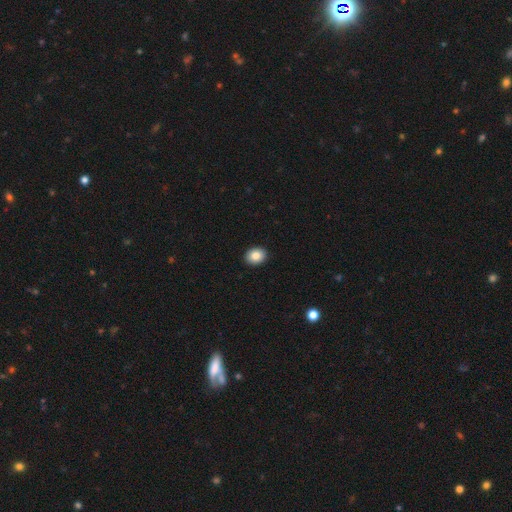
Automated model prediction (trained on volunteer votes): smooth 87%, star or artifact 8%, featured or disk 5%. Down the decision tree: how rounded — in between (57%); merging — none (92%).